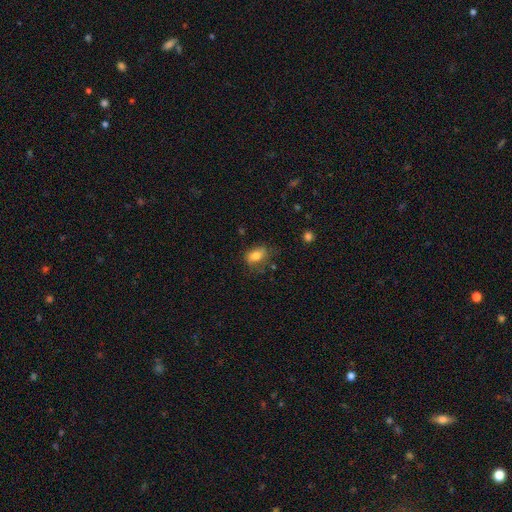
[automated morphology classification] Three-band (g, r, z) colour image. It shows a smooth galaxy with no disk features (77%) that is in between round and cigar-shaped (82%). Merging: none (54%).